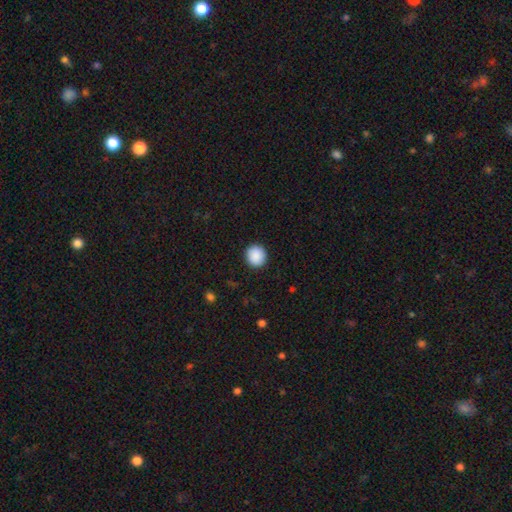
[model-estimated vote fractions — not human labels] This is clearly a smooth galaxy (89%). How rounded: clearly round (89%). Merging: clearly none (92%).